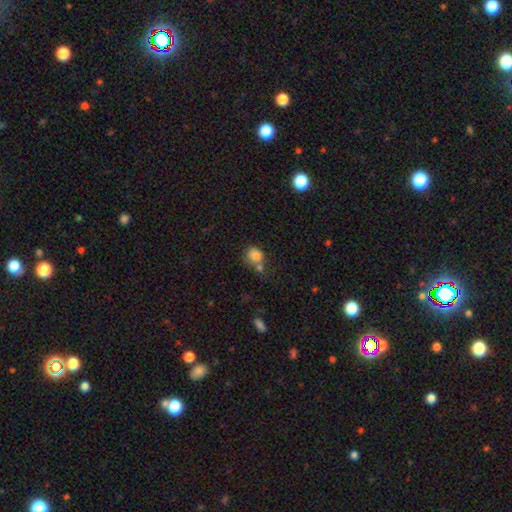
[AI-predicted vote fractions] Smooth or featured?
  - smooth: 79% *
  - star or artifact: 12%
  - featured or disk: 9%
How rounded?
  - round: 68% *
  - in between: 31%
  - cigar-shaped: 1%
Merging?
  - none: 46% *
  - merger: 29%
  - minor disturbance: 17%
  - major disturbance: 7%